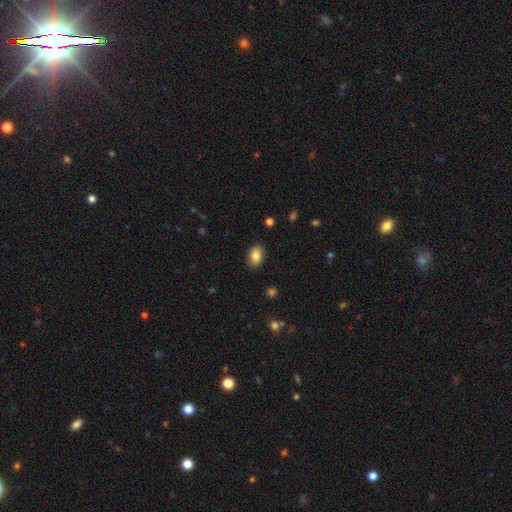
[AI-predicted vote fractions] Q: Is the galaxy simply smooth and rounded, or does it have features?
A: smooth — 84%.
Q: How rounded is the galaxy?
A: in between — 87%.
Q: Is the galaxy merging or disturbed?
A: none — 89%.